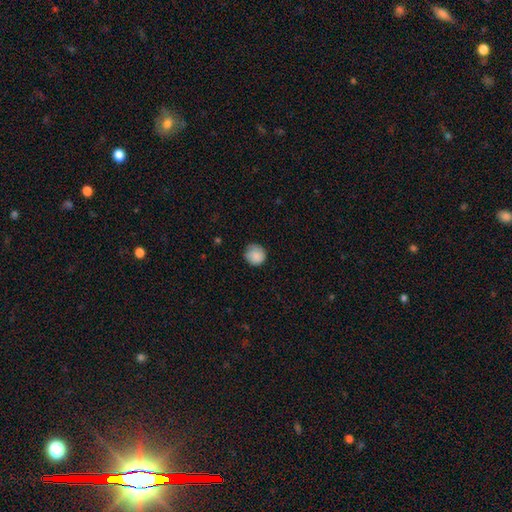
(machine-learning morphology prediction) Smooth or featured? Predicted: smooth (p=0.87). How rounded? Predicted: round (p=0.92). Merging? Predicted: none (p=0.79).